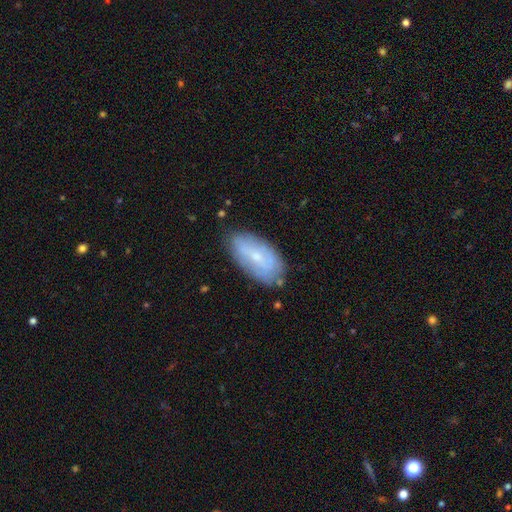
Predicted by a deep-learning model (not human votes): A smooth galaxy with no disk features (50%). Merging: none (75%).